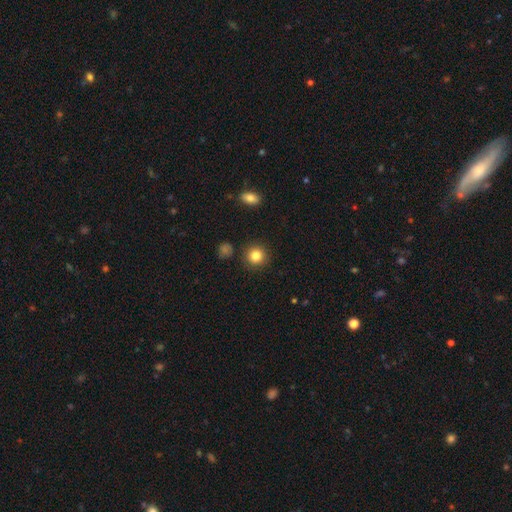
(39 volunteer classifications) Smooth or featured: smooth — 87% (star or artifact — 10%)
How rounded: round — 94% (in between — 6%)
Merging: none — 91% (minor disturbance — 6%)